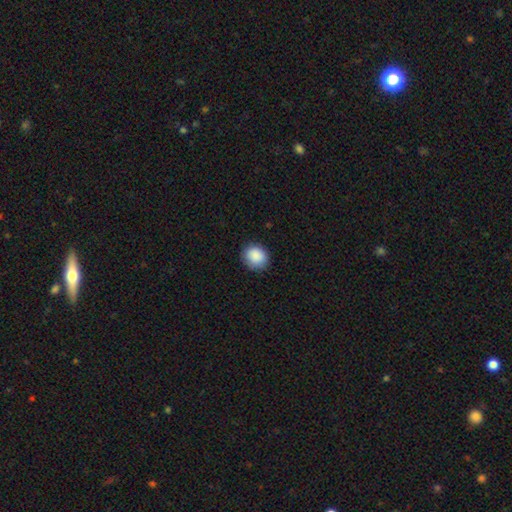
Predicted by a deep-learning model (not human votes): This appears to be a smooth galaxy with no disk features (89%) that is round (77%). Merging: none (86%).